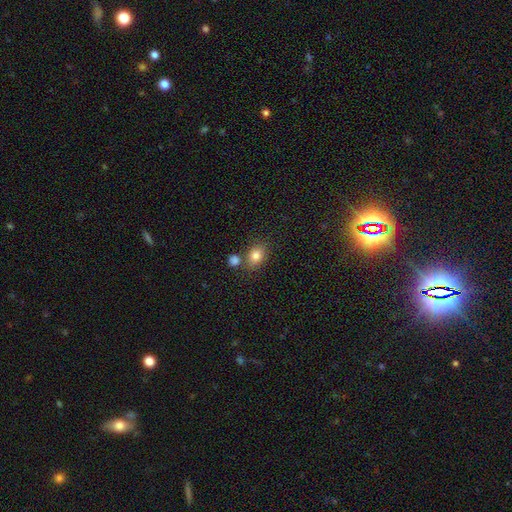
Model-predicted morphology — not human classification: smooth_or_featured: smooth (p=0.82) [alt: star or artifact p=0.10]
how_rounded: in between (p=0.60) [alt: round p=0.38]
merging: none (p=0.66) [alt: merger p=0.18]